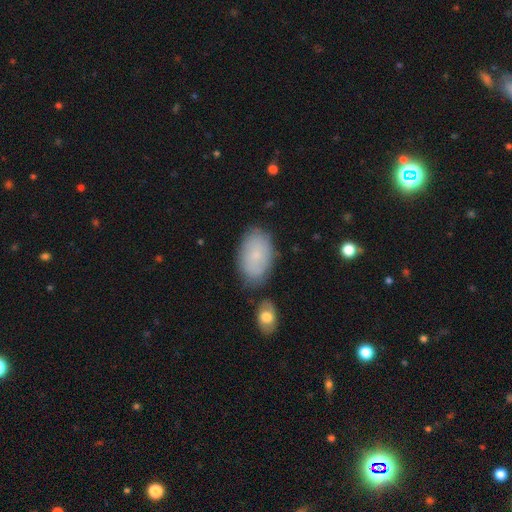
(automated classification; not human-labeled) smooth_or_featured: smooth (p=0.72) [alt: featured or disk p=0.21]
how_rounded: in between (p=0.93) [alt: round p=0.05]
merging: none (p=0.73) [alt: minor disturbance p=0.17]